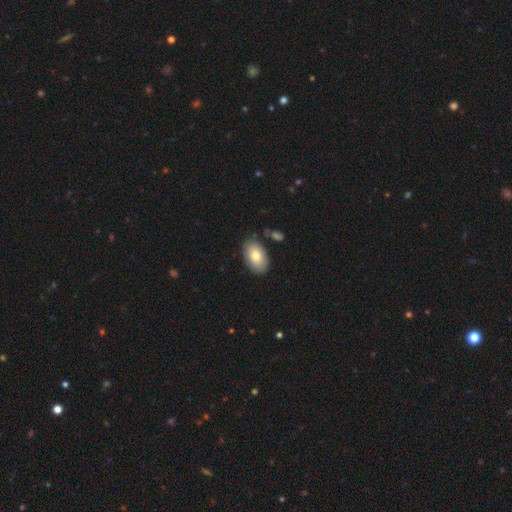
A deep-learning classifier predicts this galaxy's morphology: This is likely a smooth galaxy (79%). How rounded: clearly in between (92%). Merging: clearly none (81%).